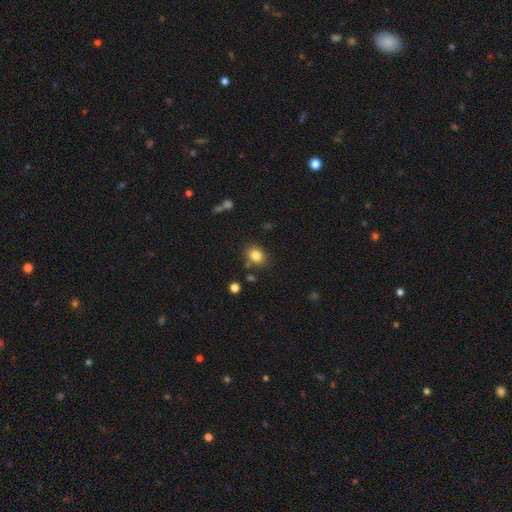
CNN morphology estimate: Smooth or featured: smooth — 83% (star or artifact — 11%)
How rounded: round — 58% (in between — 41%)
Merging: none — 80% (minor disturbance — 12%)